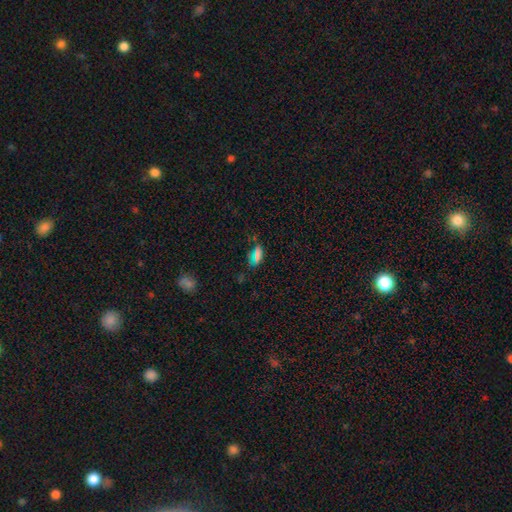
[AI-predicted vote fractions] This appears to be a smooth galaxy with no disk features (58%) that is in between round and cigar-shaped (70%). Merging: none (69%).